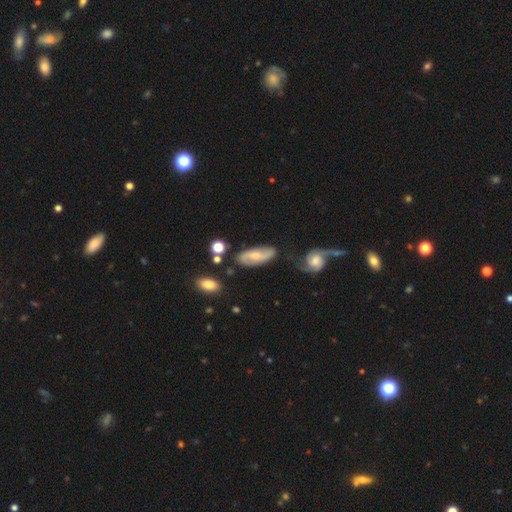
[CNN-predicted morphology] This appears to be a featured or disk galaxy (67%) with no bar (49%), 2 (87%) medium (41%) spiral arms (92%) and a small central bulge (58%). Merging: none (73%).